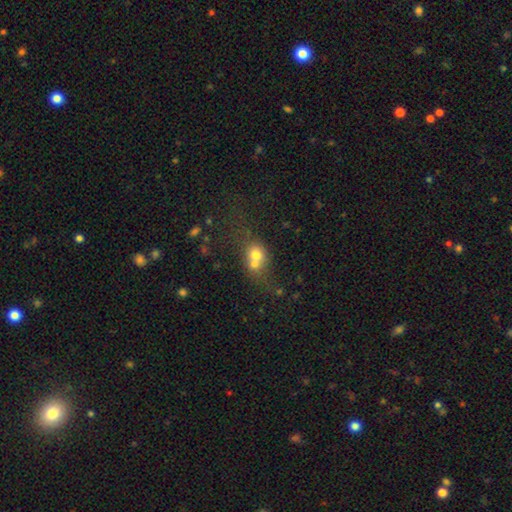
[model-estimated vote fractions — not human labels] This appears to be a smooth galaxy with no disk features (67%) that is round (69%). Merging: merger (61%).